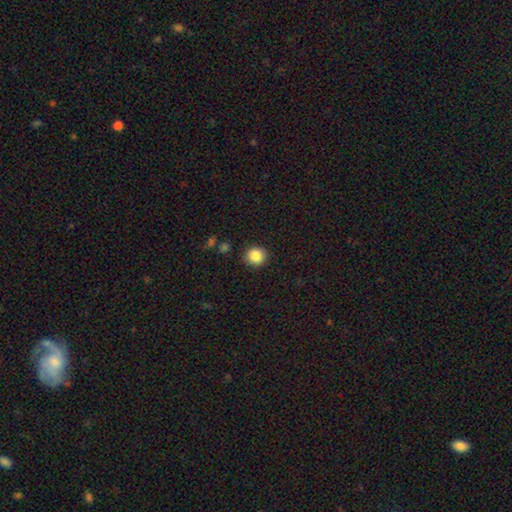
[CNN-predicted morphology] Overall: smooth (86%). How rounded: round (92%). Merging: none (90%).